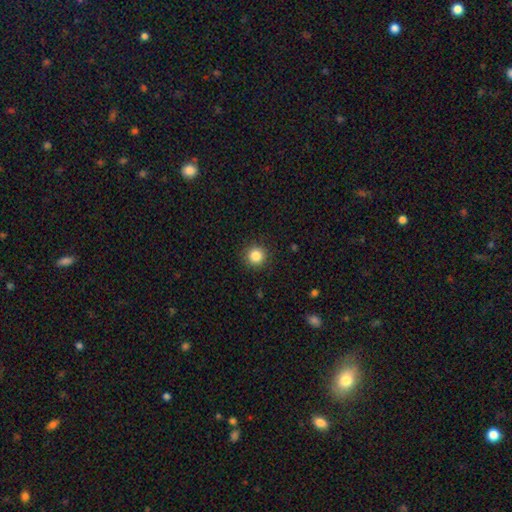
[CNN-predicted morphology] Smooth or featured?
  - smooth: 85% *
  - star or artifact: 10%
  - featured or disk: 4%
How rounded?
  - round: 95% *
  - in between: 4%
  - cigar-shaped: 1%
Merging?
  - none: 91% *
  - minor disturbance: 6%
  - major disturbance: 2%
  - merger: 1%